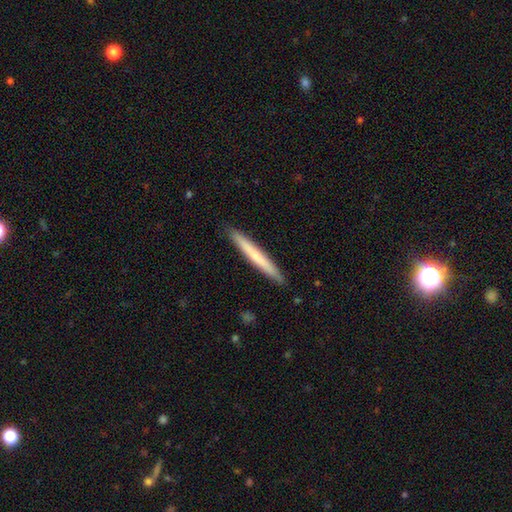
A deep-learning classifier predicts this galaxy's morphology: Q: Smooth or featured?
A: smooth (63%); runner-up: featured or disk (32%)
Q: How rounded?
A: cigar-shaped (97%); runner-up: in between (2%)
Q: Merging?
A: none (91%); runner-up: minor disturbance (6%)